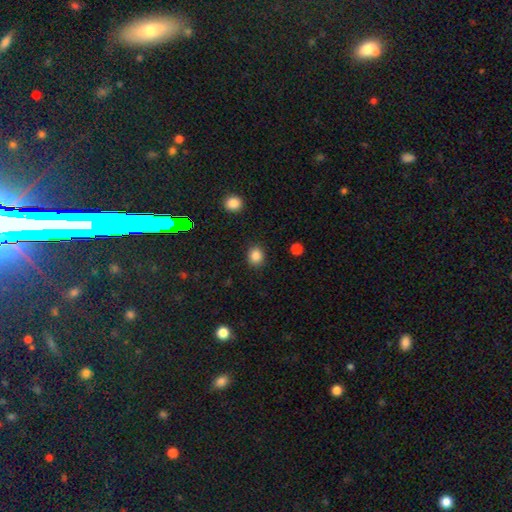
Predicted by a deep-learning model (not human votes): Smooth or featured? Predicted: smooth (p=0.85). How rounded? Predicted: round (p=0.70). Merging? Predicted: none (p=0.89).